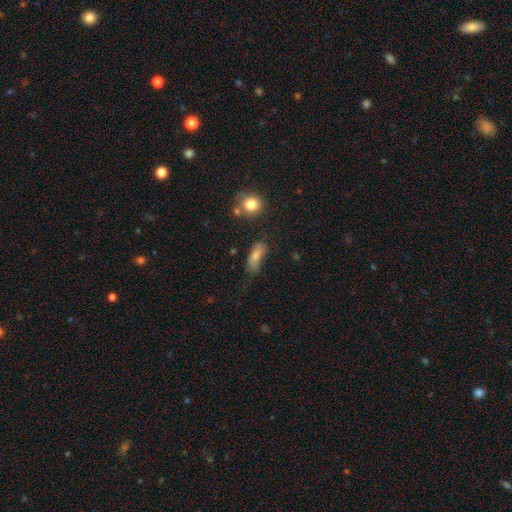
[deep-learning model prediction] Smooth or featured?
  - smooth: 76% *
  - featured or disk: 14%
  - star or artifact: 9%
How rounded?
  - in between: 73% *
  - cigar-shaped: 23%
  - round: 5%
Merging?
  - none: 48% *
  - minor disturbance: 31%
  - major disturbance: 15%
  - merger: 7%